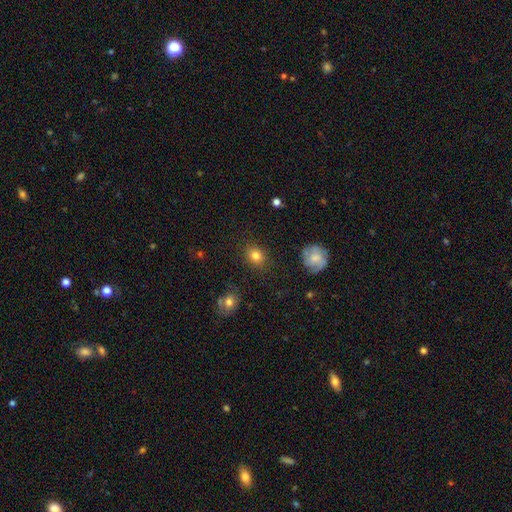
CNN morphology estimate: smooth-or-featured: smooth: 83% | star or artifact: 11% | featured or disk: 7%
  how-rounded: round: 61% | in between: 38% | cigar-shaped: 1%
  merging: none: 86% | minor disturbance: 9% | major disturbance: 3% | merger: 2%